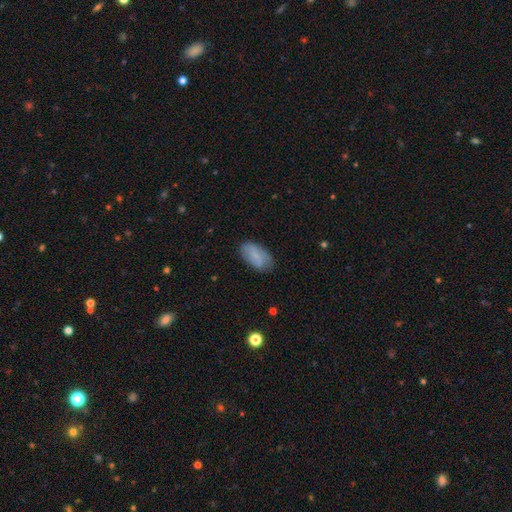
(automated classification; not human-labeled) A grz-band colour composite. It shows a smooth galaxy with no disk features (74%) that is in between round and cigar-shaped (93%). Merging: none (76%).